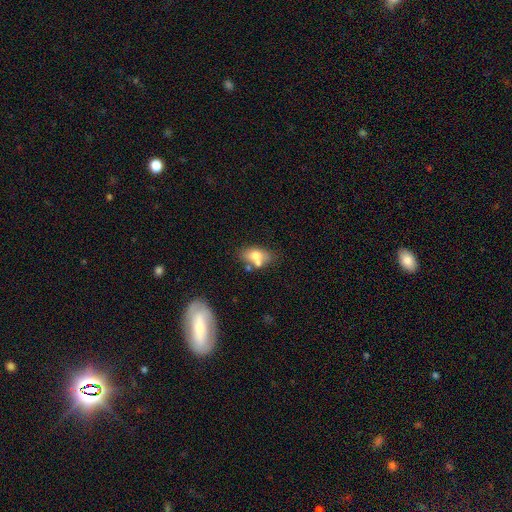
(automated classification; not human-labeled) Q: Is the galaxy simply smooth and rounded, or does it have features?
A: smooth — 70%.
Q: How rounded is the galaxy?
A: in between — 83%.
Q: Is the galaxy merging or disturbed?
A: none — 50%.